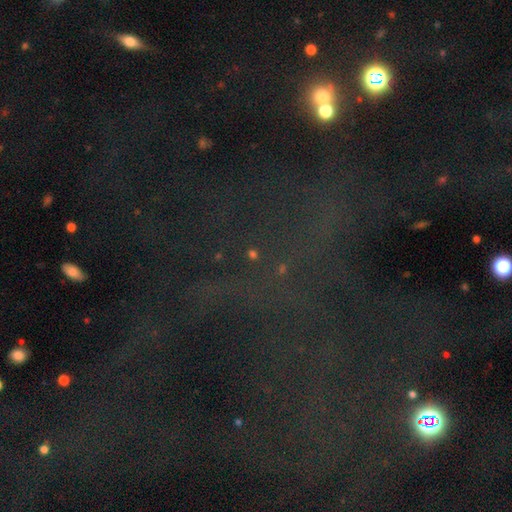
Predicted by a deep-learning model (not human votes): smooth_or_featured: star or artifact (p=0.74) [alt: smooth p=0.14]